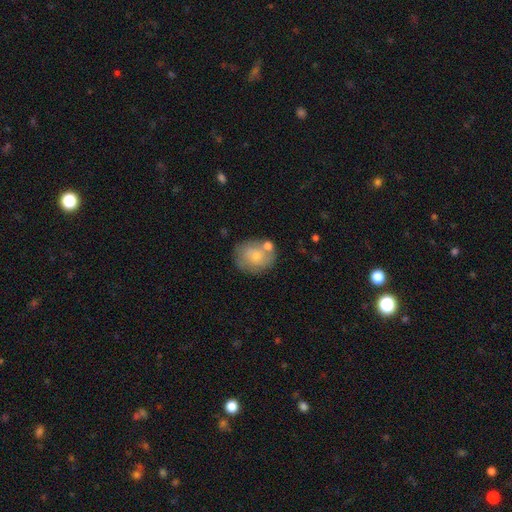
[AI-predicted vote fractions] The model was most divided on "smooth or featured": smooth: 63%, featured or disk: 30%, star or artifact: 7%. More confident: how rounded — round (68%); merging — none (58%).